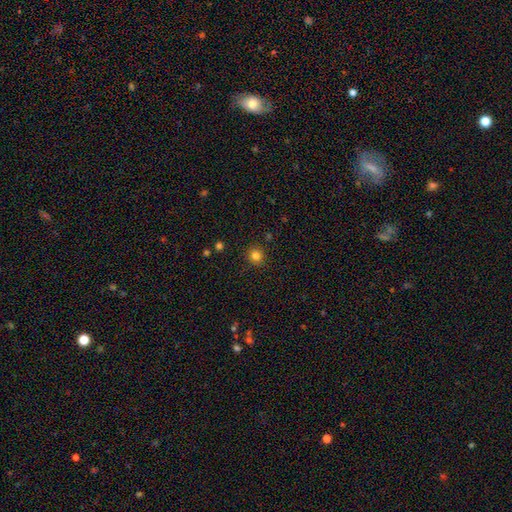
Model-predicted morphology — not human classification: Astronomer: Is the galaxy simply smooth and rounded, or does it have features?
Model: smooth — 81%.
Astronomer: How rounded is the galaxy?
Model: round — 91%.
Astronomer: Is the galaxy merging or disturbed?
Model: none — 90%.